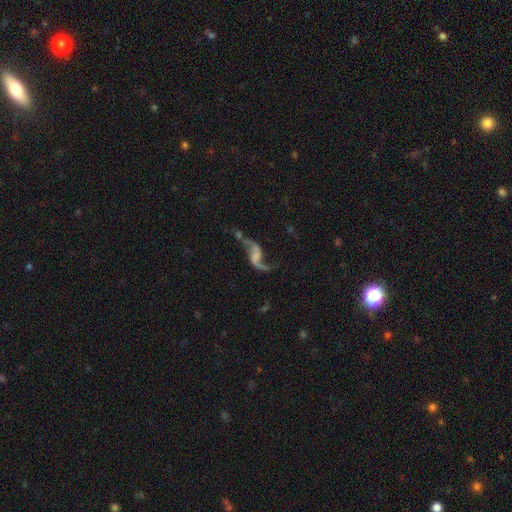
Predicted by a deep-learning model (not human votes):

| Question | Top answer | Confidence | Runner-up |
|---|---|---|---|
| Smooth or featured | featured or disk | 86% | smooth (7%) |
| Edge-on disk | no | 96% | yes (4%) |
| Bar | no | 49% | weak (37%) |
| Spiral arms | yes | 94% | no (6%) |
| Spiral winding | loose | 92% | medium (6%) |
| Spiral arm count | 2 | 91% | 1 (5%) |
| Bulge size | none | 55% | small (23%) |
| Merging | none | 53% | major disturbance (16%) |